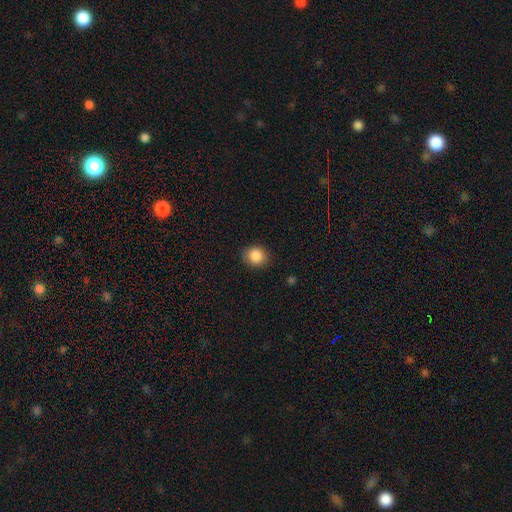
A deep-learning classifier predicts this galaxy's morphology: This appears to be a smooth galaxy with no disk features (87%) that is round (69%). Merging: none (86%).